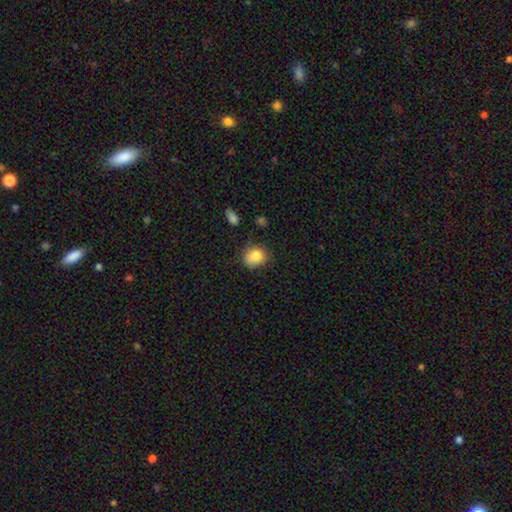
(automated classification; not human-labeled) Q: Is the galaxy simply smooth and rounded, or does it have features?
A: smooth — 83%.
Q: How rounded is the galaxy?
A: round — 54%.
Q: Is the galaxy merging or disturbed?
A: none — 66%.